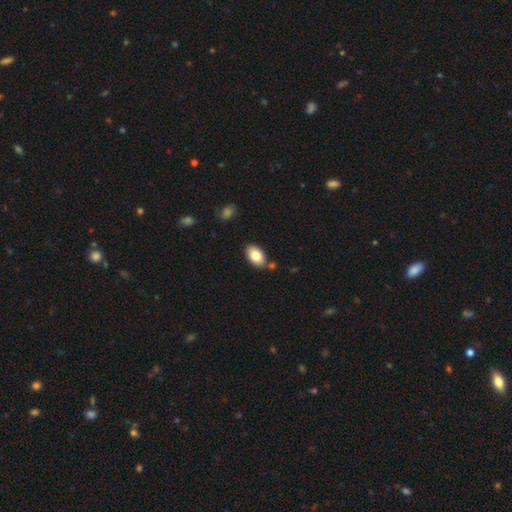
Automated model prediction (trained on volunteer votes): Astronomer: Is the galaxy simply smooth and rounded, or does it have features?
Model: smooth — 82%.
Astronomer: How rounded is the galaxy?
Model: in between — 92%.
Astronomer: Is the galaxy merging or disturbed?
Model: none — 80%.